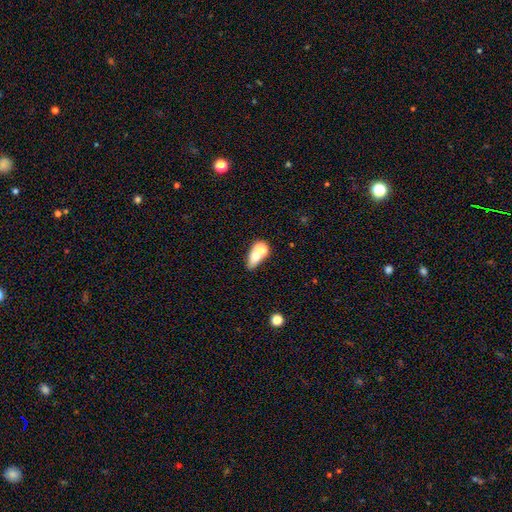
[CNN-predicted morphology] Smooth or featured? smooth (67%)
How rounded? in between (61%)
Merging? merger (50%)